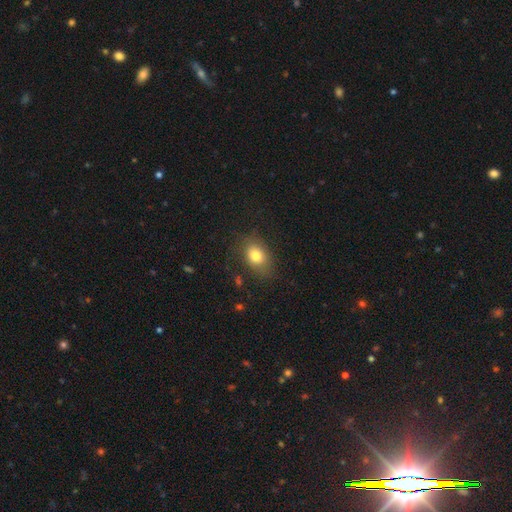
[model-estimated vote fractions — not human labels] Smooth or featured: smooth — 79% (featured or disk — 11%)
How rounded: in between — 73% (round — 26%)
Merging: none — 76% (minor disturbance — 17%)